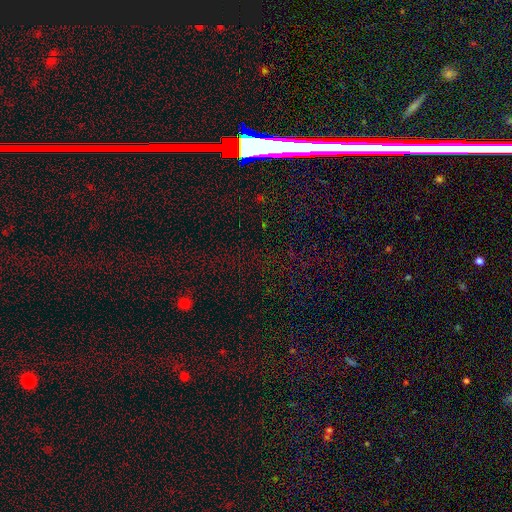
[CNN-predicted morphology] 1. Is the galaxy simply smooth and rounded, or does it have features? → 71% star or artifact, 21% smooth, 7% featured or disk.